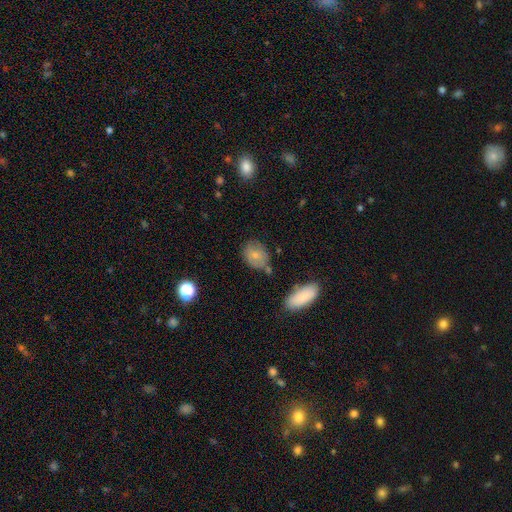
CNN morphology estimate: A smooth galaxy with no disk features (76%) that is in between round and cigar-shaped (60%).

Vote fractions:
- Smooth or featured? smooth: 76% / featured or disk: 16% / star or artifact: 8%
- How rounded? in between: 60% / round: 38% / cigar-shaped: 2%
- Merging? none: 63% / minor disturbance: 23% / merger: 9% / major disturbance: 6%